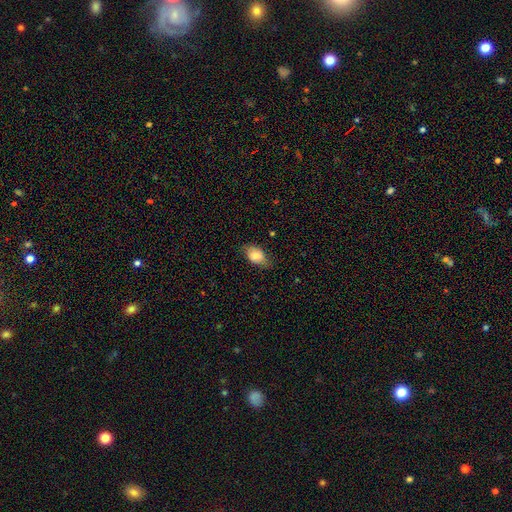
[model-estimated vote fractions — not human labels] The model was most divided on "merging": none: 73%, minor disturbance: 21%, major disturbance: 4%, merger: 1%. More confident: how rounded — in between (88%); smooth or featured — smooth (79%).